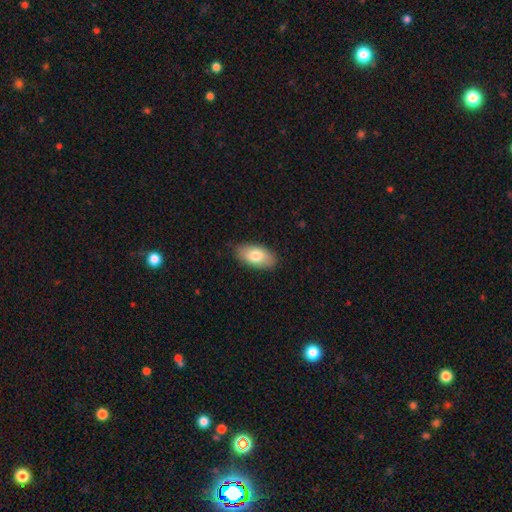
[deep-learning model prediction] Smooth or featured? Predicted: smooth (p=0.78). How rounded? Predicted: in between (p=0.93). Merging? Predicted: none (p=0.85).